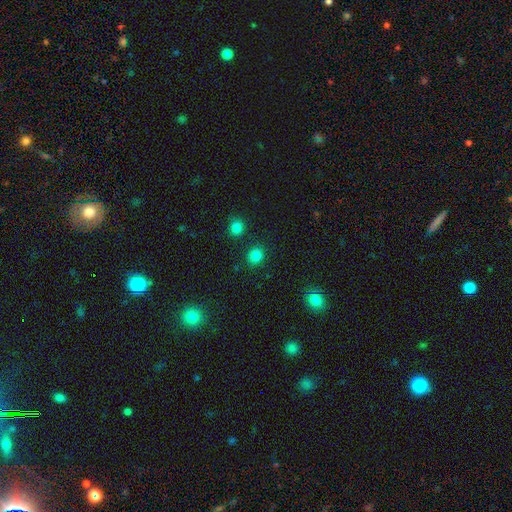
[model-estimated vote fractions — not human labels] Smooth or featured? smooth (84%)
How rounded? round (80%)
Merging? none (86%)